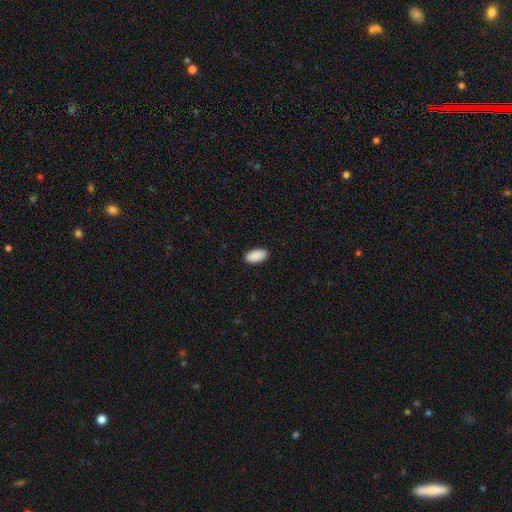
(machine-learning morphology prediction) smooth 91%, star or artifact 6%, featured or disk 3%. Down the decision tree: how rounded — in between (95%); merging — none (89%).